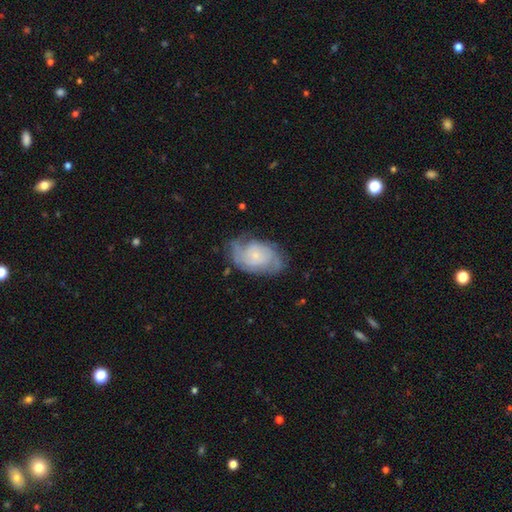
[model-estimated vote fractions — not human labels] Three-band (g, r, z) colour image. It shows a featured or disk galaxy (76%) with no bar (72%), 2 (55%) tight (45%) spiral arms (93%) and a small central bulge (71%). Merging: none (65%).